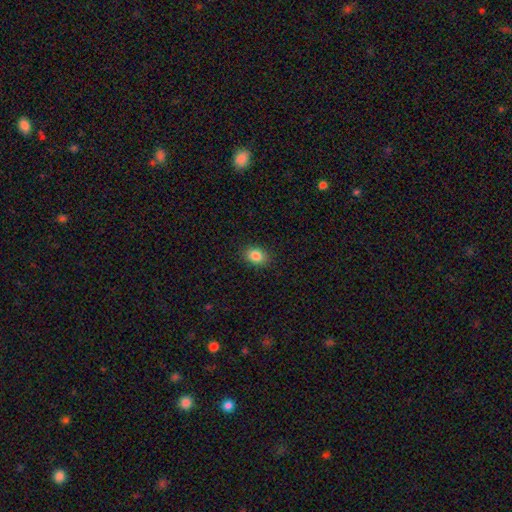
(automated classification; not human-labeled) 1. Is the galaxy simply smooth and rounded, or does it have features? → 85% smooth, 9% star or artifact, 6% featured or disk.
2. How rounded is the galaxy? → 64% in between, 35% round, 1% cigar-shaped.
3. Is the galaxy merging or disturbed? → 89% none, 8% minor disturbance, 2% major disturbance, 1% merger.